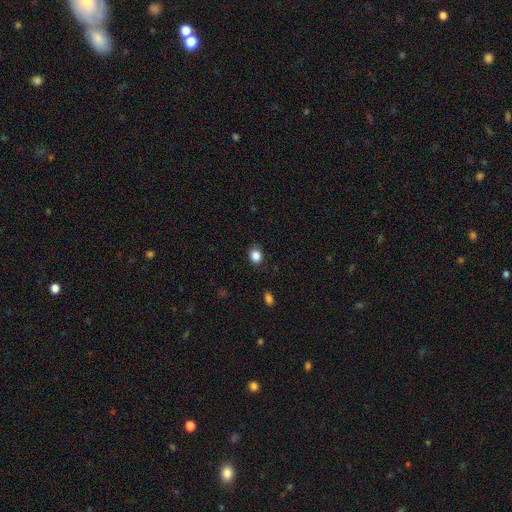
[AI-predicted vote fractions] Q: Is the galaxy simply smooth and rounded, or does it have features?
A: smooth — 86%.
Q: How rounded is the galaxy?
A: round — 58%.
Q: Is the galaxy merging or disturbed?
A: none — 86%.